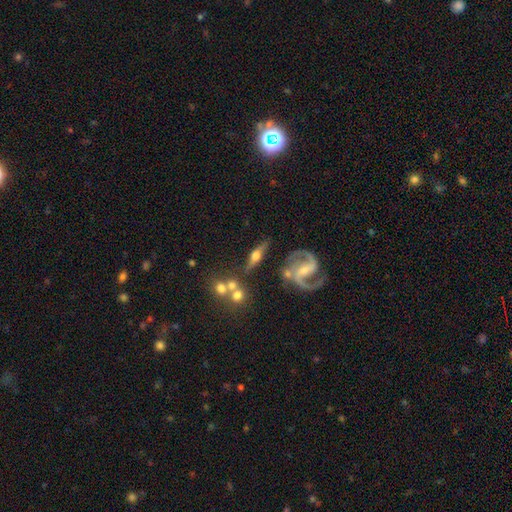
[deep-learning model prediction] smooth_or_featured: featured or disk (p=0.78) [alt: smooth p=0.16]
disk_edge_on: yes (p=0.78) [alt: no p=0.22]
edge_on_bulge: rounded (p=0.95) [alt: boxy p=0.03]
merging: none (p=0.67) [alt: minor disturbance p=0.15]